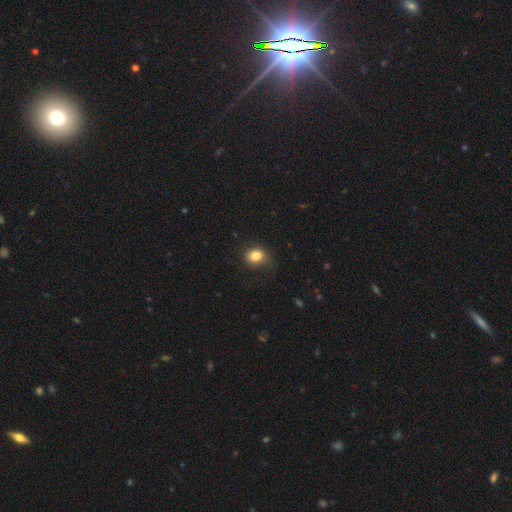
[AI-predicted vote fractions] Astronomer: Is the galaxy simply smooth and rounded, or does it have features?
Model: smooth — 83%.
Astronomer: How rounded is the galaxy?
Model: round — 52% (runner-up: in between, 47%).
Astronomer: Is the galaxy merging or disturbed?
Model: none — 79%.